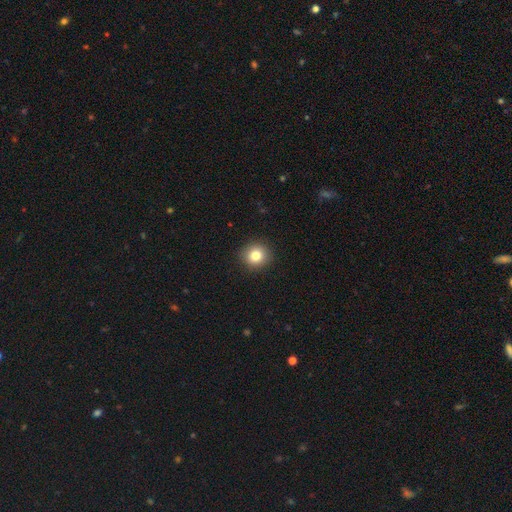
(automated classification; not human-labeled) A smooth galaxy with no disk features (82%) that is round (91%). Merging: none (92%).